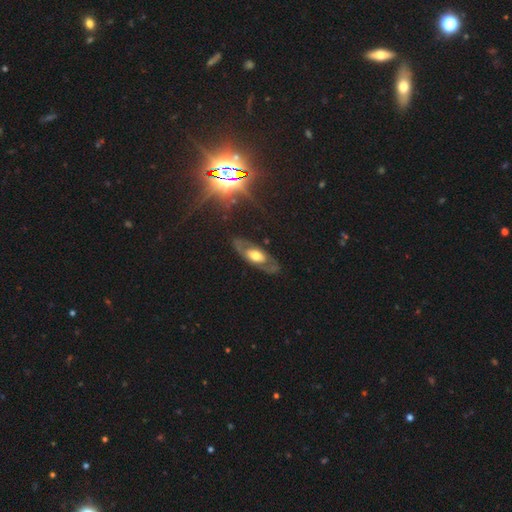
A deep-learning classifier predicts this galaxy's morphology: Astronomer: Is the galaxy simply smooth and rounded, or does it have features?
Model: featured or disk — 63%.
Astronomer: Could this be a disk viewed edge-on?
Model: no — 79%.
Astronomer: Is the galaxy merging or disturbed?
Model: none — 79%.